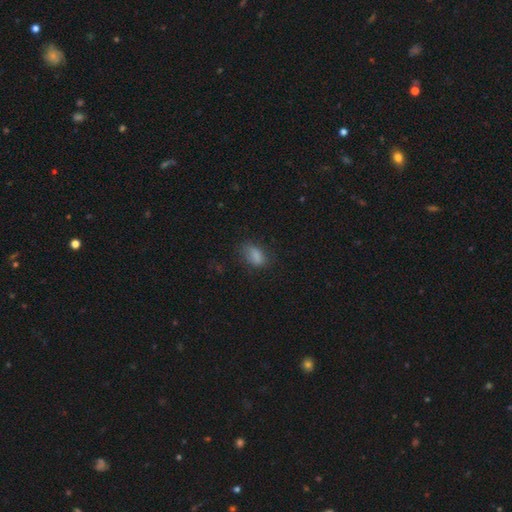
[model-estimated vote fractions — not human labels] A smooth galaxy with no disk features (81%) that is in between round and cigar-shaped (87%).

Vote fractions:
- Smooth or featured? smooth: 81% / star or artifact: 11% / featured or disk: 8%
- How rounded? in between: 87% / round: 9% / cigar-shaped: 4%
- Merging? none: 63% / minor disturbance: 25% / major disturbance: 11% / merger: 2%